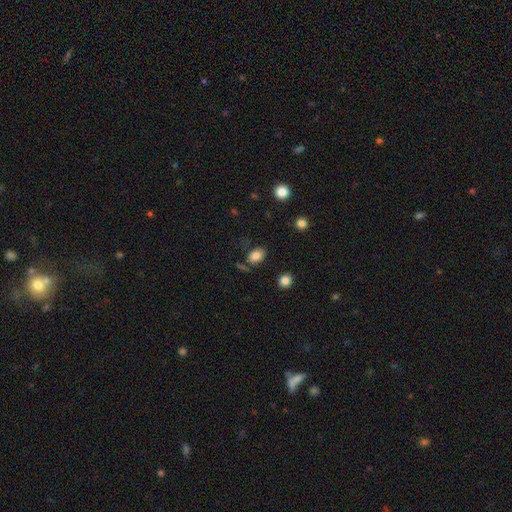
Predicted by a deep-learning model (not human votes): The model was most divided on "merging": none: 73%, minor disturbance: 17%, major disturbance: 6%, merger: 5%. More confident: smooth or featured — smooth (83%); how rounded — in between (82%).